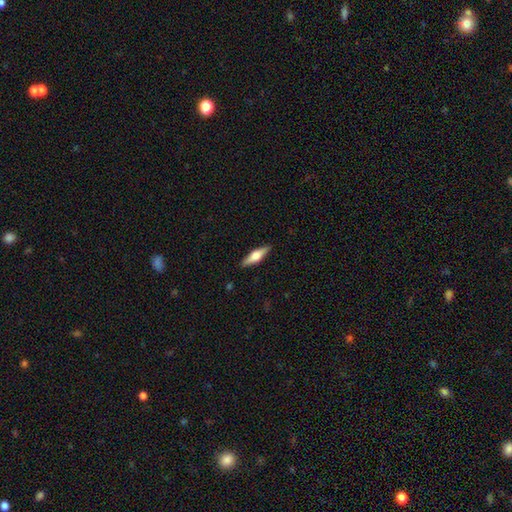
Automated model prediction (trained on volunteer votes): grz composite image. It shows a featured or disk galaxy (52%) viewed edge-on (95%). Merging: none (90%).